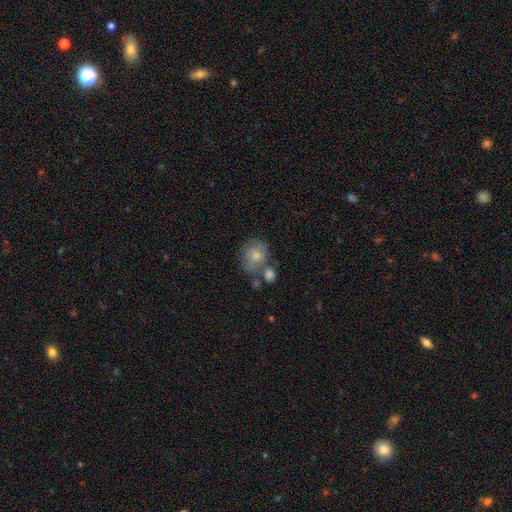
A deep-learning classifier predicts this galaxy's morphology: Smooth or featured? smooth (55%)
How rounded? round (69%)
Merging? none (52%)